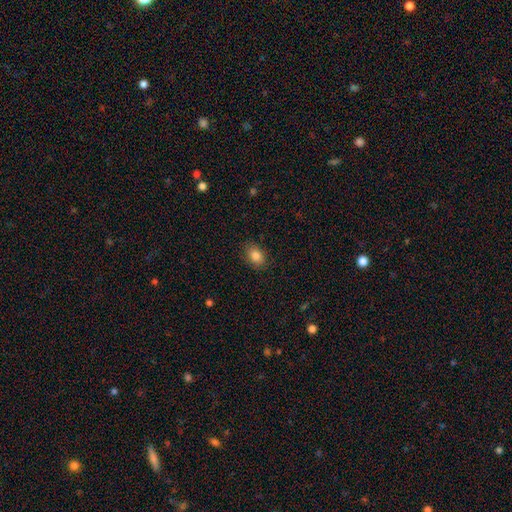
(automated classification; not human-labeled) A smooth galaxy with no disk features (84%) that is in between round and cigar-shaped (72%).

Vote fractions:
- Smooth or featured? smooth: 84% / star or artifact: 9% / featured or disk: 7%
- How rounded? in between: 72% / round: 26% / cigar-shaped: 1%
- Merging? none: 86% / minor disturbance: 11% / major disturbance: 3% / merger: 1%